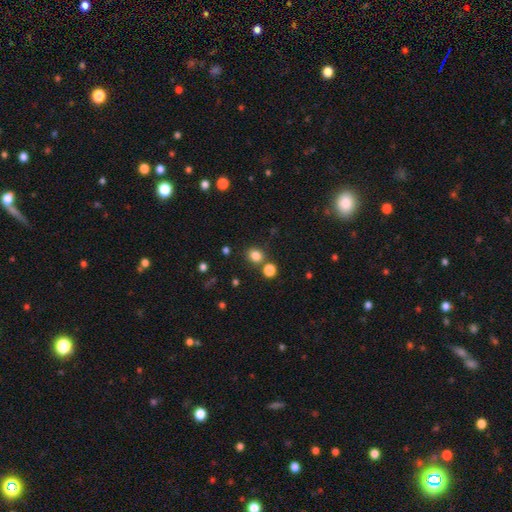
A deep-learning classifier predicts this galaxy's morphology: smooth-or-featured: smooth: 82% | star or artifact: 13% | featured or disk: 5%
  how-rounded: round: 68% | in between: 31% | cigar-shaped: 1%
  merging: none: 74% | merger: 13% | minor disturbance: 9% | major disturbance: 3%